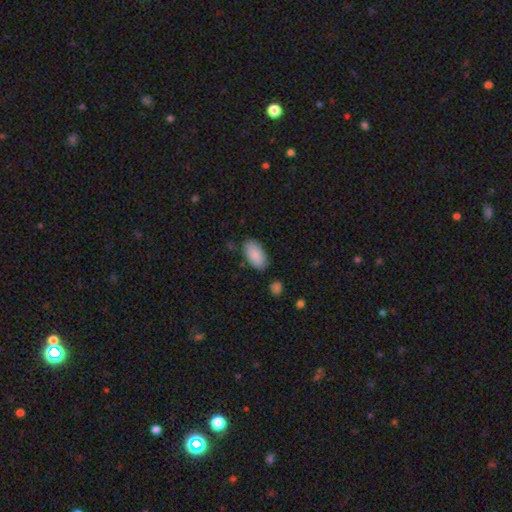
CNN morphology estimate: smooth_or_featured: smooth (p=0.88) [alt: star or artifact p=0.06]
how_rounded: in between (p=0.94) [alt: cigar-shaped p=0.03]
merging: none (p=0.81) [alt: minor disturbance p=0.13]